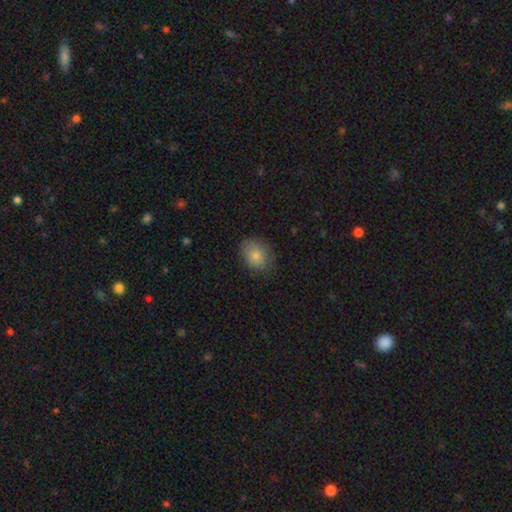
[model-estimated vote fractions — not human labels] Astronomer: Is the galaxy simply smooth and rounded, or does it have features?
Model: smooth — 80%.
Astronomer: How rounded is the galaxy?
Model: in between — 57% (runner-up: round, 42%).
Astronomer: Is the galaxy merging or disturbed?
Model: none — 79%.